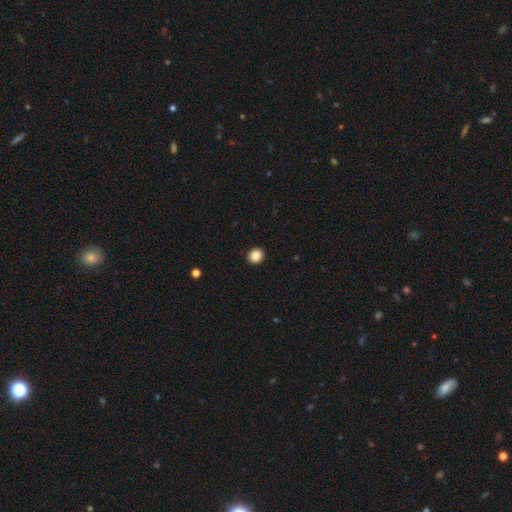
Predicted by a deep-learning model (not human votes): smooth_or_featured: smooth (p=0.87) [alt: star or artifact p=0.09]
how_rounded: round (p=0.83) [alt: in between p=0.16]
merging: none (p=0.93) [alt: minor disturbance p=0.05]